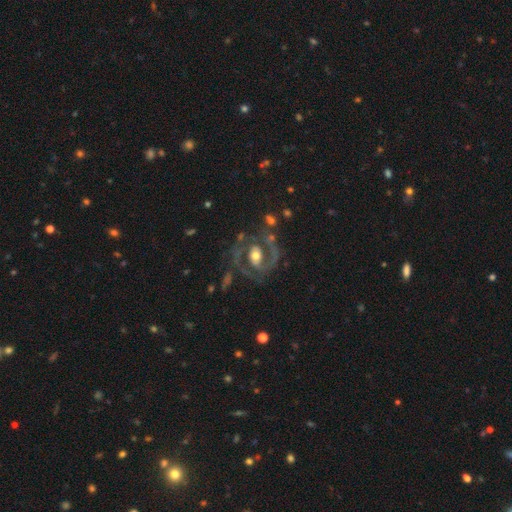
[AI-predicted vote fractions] A featured or disk galaxy (79%) with no bar (43%), 2 (80%) medium (51%) spiral arms (79%) and a moderate central bulge (67%). Merging: none (62%).